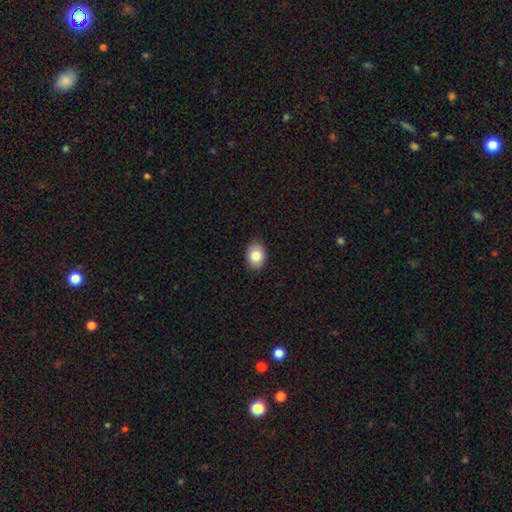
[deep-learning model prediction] Smooth or featured? smooth (83%)
How rounded? in between (66%)
Merging? none (89%)